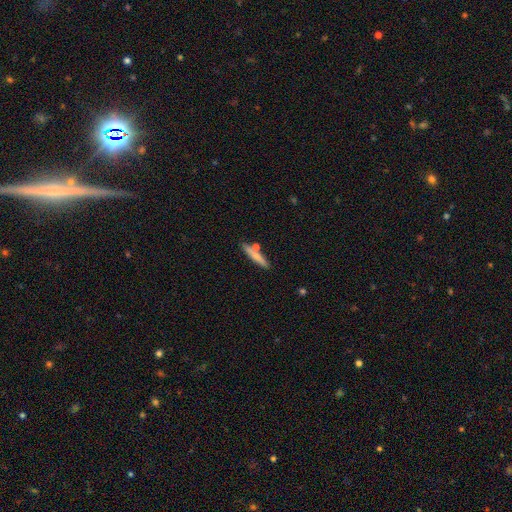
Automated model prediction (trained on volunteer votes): smooth-or-featured: smooth: 67% | featured or disk: 27% | star or artifact: 6%
  how-rounded: cigar-shaped: 88% | in between: 10% | round: 2%
  merging: none: 72% | merger: 13% | minor disturbance: 12% | major disturbance: 3%